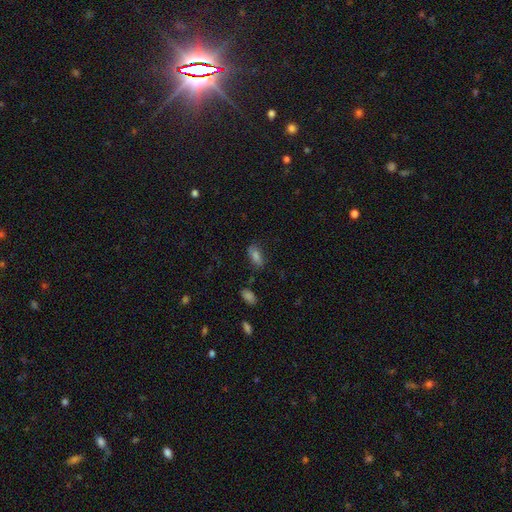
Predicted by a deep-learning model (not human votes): The model was most divided on "smooth or featured": smooth: 67%, star or artifact: 17%, featured or disk: 16%. More confident: how rounded — in between (82%); merging — none (73%).